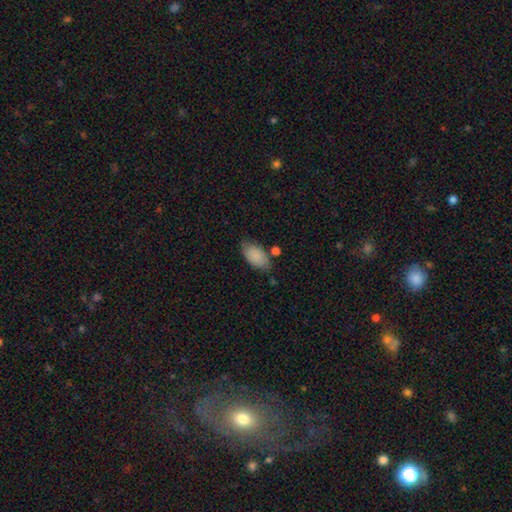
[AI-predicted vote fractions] smooth 88%, star or artifact 6%, featured or disk 6%. Down the decision tree: how rounded — in between (94%); merging — none (69%).